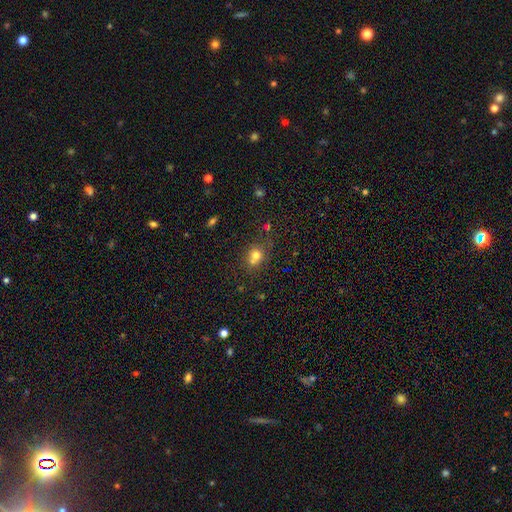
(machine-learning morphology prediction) Overall: smooth (72%). How rounded: round (75%). Merging: none (49%; merger 35%).